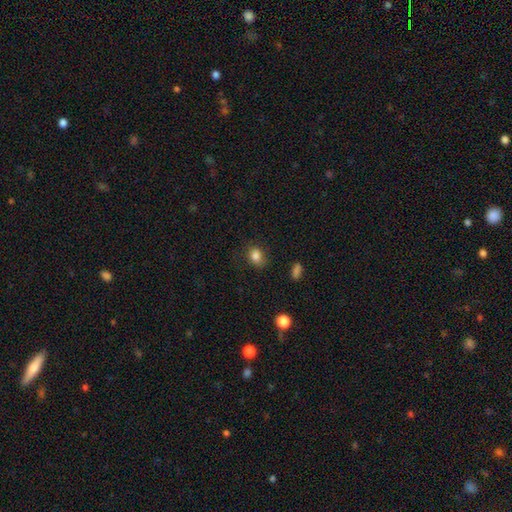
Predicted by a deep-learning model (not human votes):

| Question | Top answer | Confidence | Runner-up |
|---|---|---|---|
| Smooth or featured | smooth | 84% | star or artifact (10%) |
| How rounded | in between | 62% | round (36%) |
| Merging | none | 78% | minor disturbance (16%) |